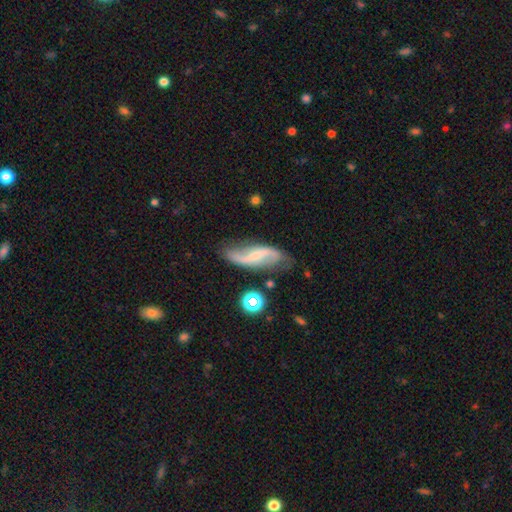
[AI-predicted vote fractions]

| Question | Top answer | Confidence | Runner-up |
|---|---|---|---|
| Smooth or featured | featured or disk | 79% | smooth (15%) |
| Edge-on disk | no | 92% | yes (8%) |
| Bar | weak | 39% | strong (35%) |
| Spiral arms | yes | 93% | no (7%) |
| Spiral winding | loose | 77% | medium (17%) |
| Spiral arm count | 2 | 90% | can't tell (4%) |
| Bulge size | small | 57% | none (20%) |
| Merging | none | 71% | minor disturbance (19%) |